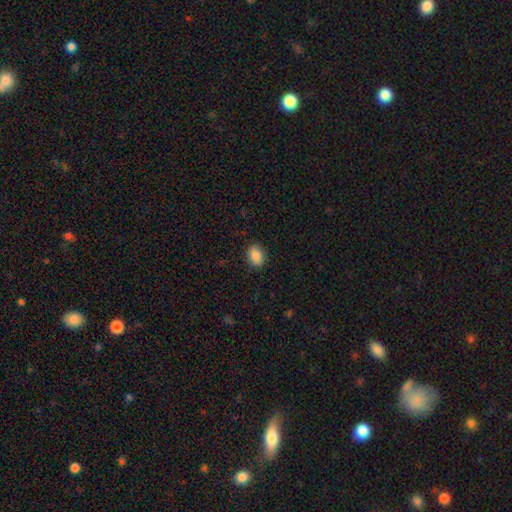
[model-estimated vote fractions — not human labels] Overall: smooth (87%). How rounded: in between (62%; round 37%). Merging: none (88%).